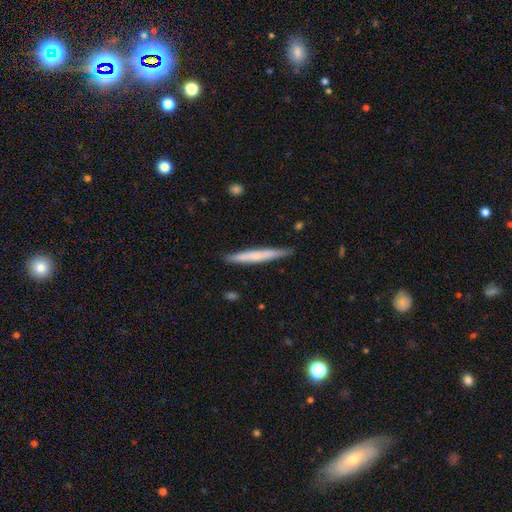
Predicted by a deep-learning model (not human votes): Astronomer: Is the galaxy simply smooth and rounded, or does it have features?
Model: smooth — 59% (runner-up: featured or disk, 36%).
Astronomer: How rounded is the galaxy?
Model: cigar-shaped — 96%.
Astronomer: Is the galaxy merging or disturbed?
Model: none — 88%.